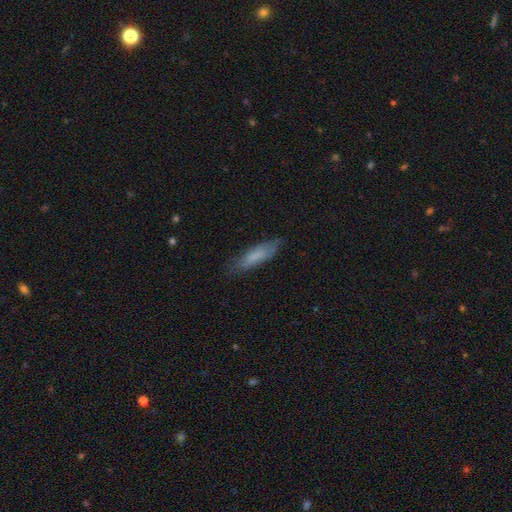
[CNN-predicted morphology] smooth 70%, featured or disk 23%, star or artifact 7%. Down the decision tree: how rounded — cigar-shaped (68%); merging — none (75%).